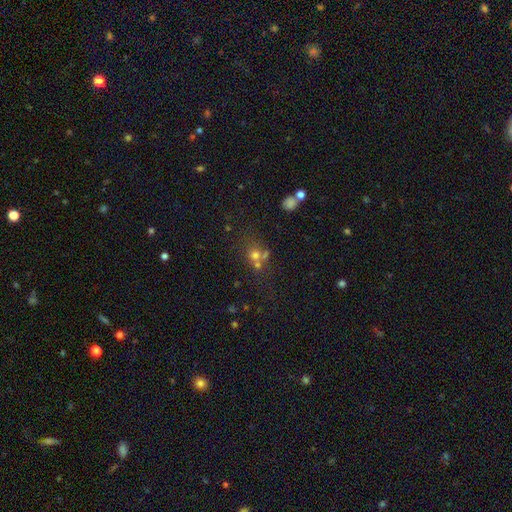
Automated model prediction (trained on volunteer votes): Smooth or featured? smooth (57%)
How rounded? round (80%)
Merging? none (47%)